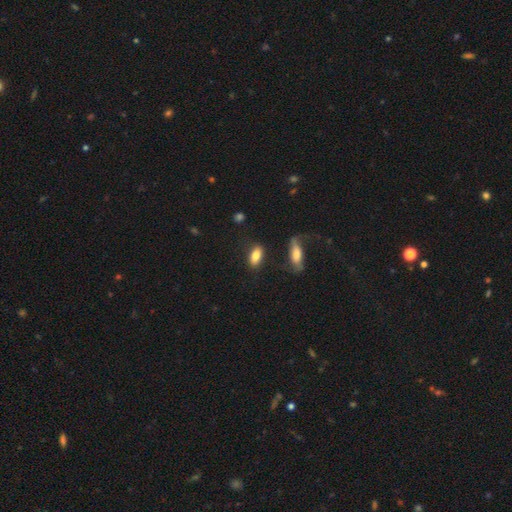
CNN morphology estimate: smooth_or_featured: smooth (p=0.79) [alt: featured or disk p=0.13]
how_rounded: in between (p=0.85) [alt: cigar-shaped p=0.11]
merging: none (p=0.80) [alt: minor disturbance p=0.12]